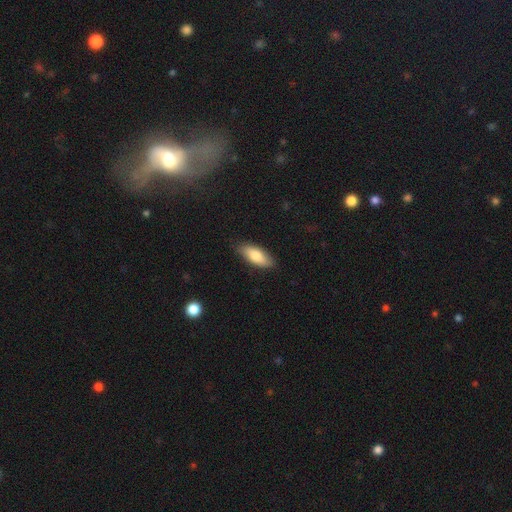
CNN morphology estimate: Smooth or featured: smooth — 79% (featured or disk — 15%)
How rounded: in between — 76% (cigar-shaped — 22%)
Merging: none — 83% (minor disturbance — 14%)